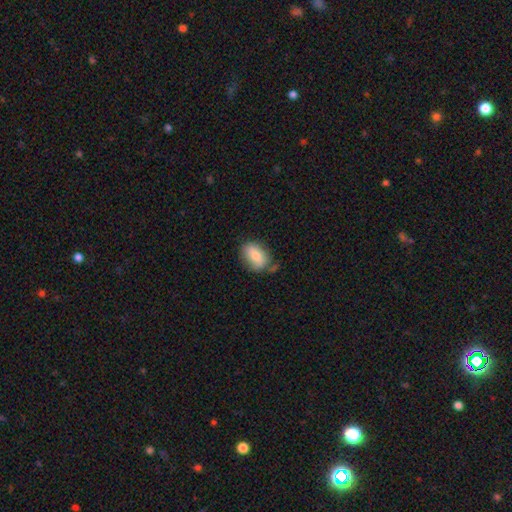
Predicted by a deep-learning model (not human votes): Smooth or featured?
  - smooth: 76% *
  - featured or disk: 17%
  - star or artifact: 7%
How rounded?
  - in between: 83% *
  - round: 15%
  - cigar-shaped: 2%
Merging?
  - none: 59% *
  - minor disturbance: 27%
  - major disturbance: 7%
  - merger: 6%